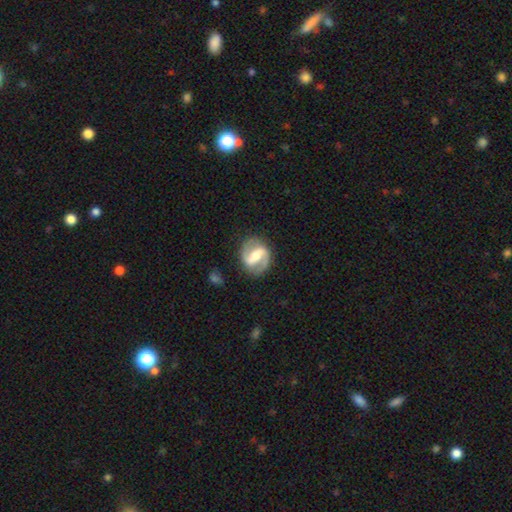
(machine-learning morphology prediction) Smooth or featured? featured or disk (84%)
Edge-on disk? no (97%)
Bar? strong (60%)
Spiral arms? yes (92%)
Spiral winding? medium (52%)
Spiral arm count? 2 (92%)
Bulge size? moderate (54%)
Merging? none (82%)